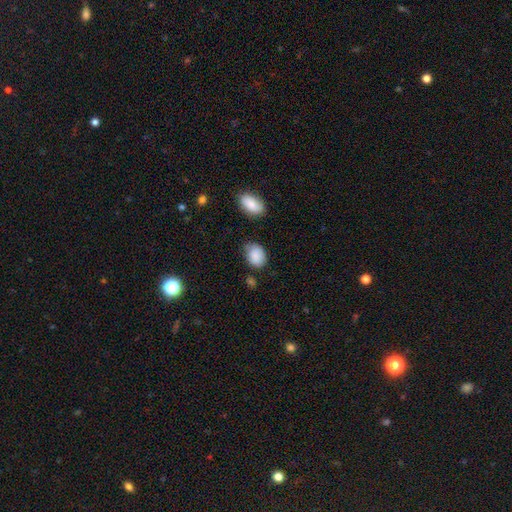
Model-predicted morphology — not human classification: Overall: smooth (86%). How rounded: in between (75%). Merging: none (61%; minor disturbance 29%).